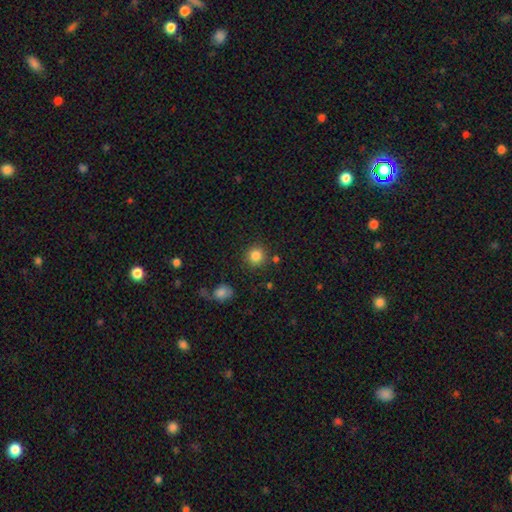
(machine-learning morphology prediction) This is clearly a smooth galaxy (84%). How rounded: clearly round (92%). Merging: clearly none (84%).